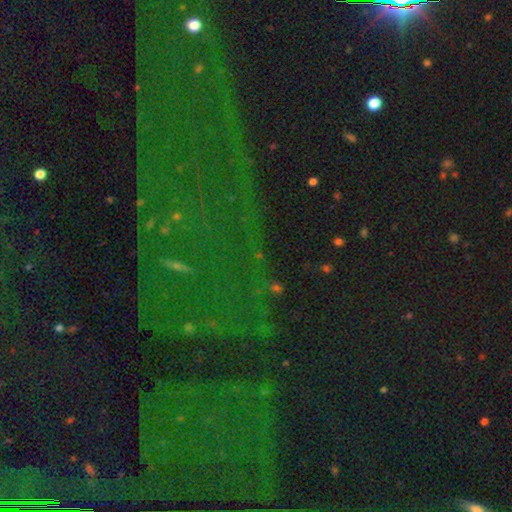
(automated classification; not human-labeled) A star or artifact, not a galaxy (84%).

Vote fractions:
- Smooth or featured? star or artifact: 84% / smooth: 8% / featured or disk: 8%